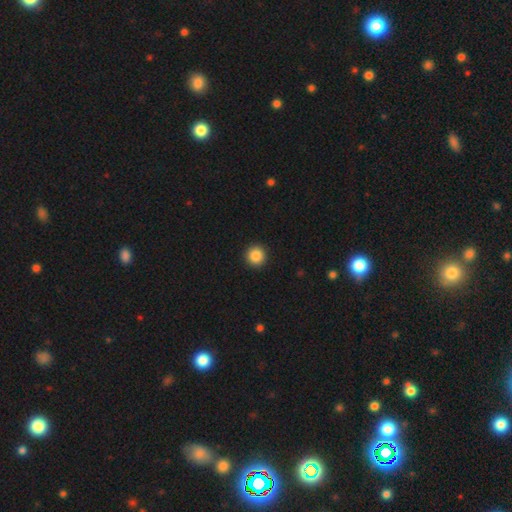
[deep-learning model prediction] Smooth or featured?
  - smooth: 87% *
  - star or artifact: 10%
  - featured or disk: 3%
How rounded?
  - round: 95% *
  - in between: 4%
  - cigar-shaped: 1%
Merging?
  - none: 93% *
  - minor disturbance: 5%
  - major disturbance: 2%
  - merger: 1%